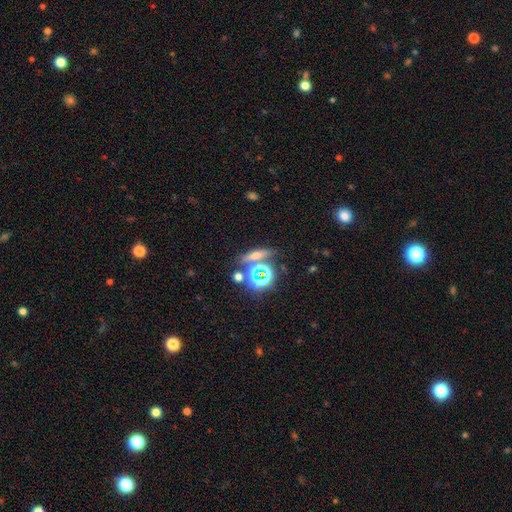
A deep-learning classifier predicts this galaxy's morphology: Smooth or featured? smooth (41%)
Merging? none (72%)